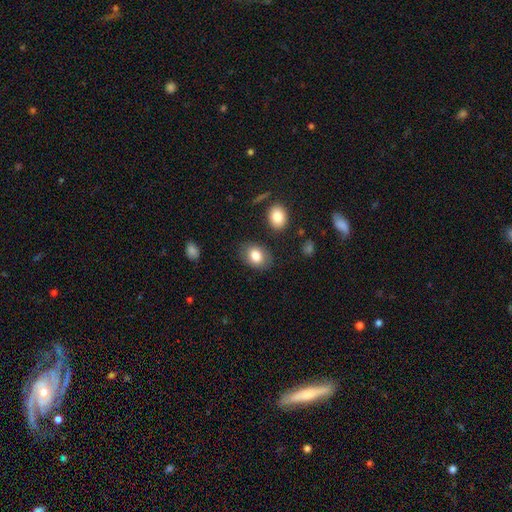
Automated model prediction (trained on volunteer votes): Overall: smooth (81%). How rounded: in between (72%). Merging: none (82%).